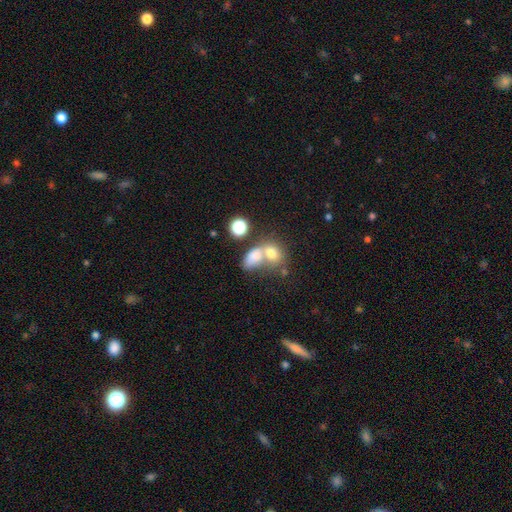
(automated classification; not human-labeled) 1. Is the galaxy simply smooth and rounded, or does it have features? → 70% smooth, 16% featured or disk, 14% star or artifact.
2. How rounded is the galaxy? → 69% in between, 28% round, 3% cigar-shaped.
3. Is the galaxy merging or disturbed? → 56% merger, 27% none, 10% minor disturbance, 7% major disturbance.